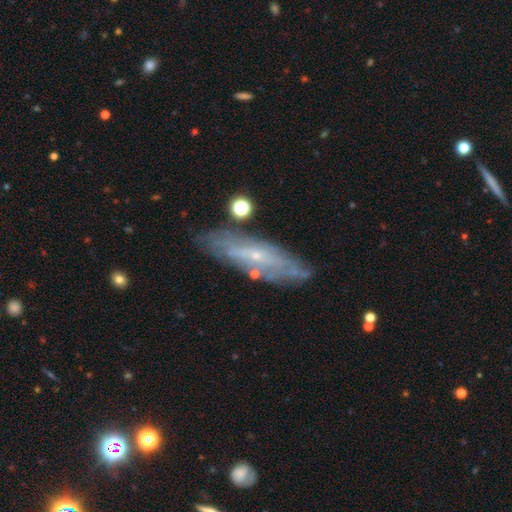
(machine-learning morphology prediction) Smooth or featured? Predicted: featured or disk (p=0.71). Edge-on disk? Predicted: no (p=0.65). Merging? Predicted: none (p=0.76).